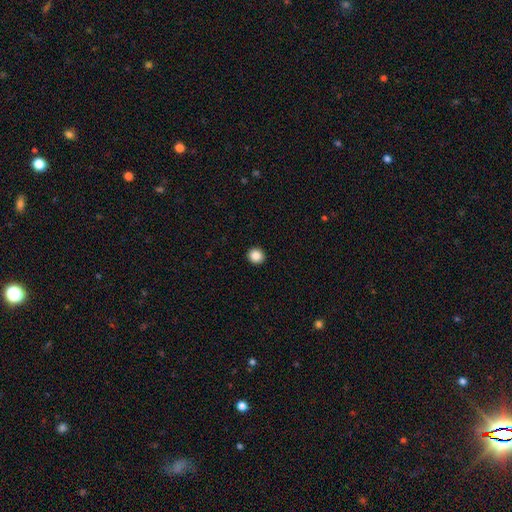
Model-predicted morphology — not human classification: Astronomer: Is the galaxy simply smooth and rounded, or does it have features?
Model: smooth — 87%.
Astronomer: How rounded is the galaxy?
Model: round — 92%.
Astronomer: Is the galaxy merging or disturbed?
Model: none — 94%.